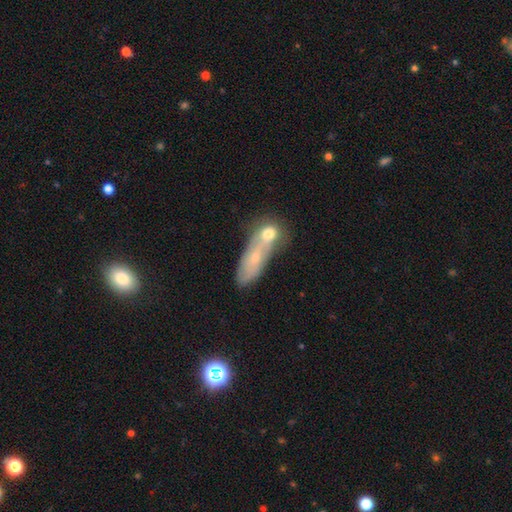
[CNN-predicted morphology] The model was most divided on "smooth or featured": smooth: 46%, featured or disk: 40%, star or artifact: 14%. Remaining: merging — merger (46%).